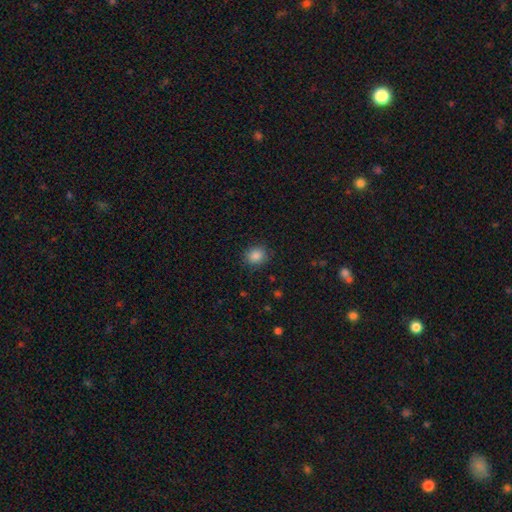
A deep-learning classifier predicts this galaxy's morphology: Smooth or featured: smooth — 86% (star or artifact — 10%)
How rounded: round — 67% (in between — 32%)
Merging: none — 85% (minor disturbance — 11%)